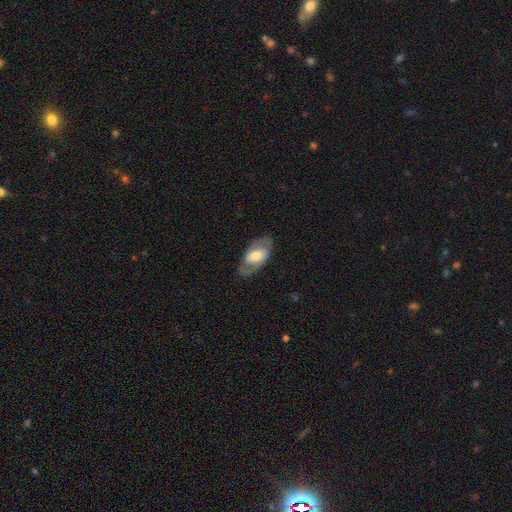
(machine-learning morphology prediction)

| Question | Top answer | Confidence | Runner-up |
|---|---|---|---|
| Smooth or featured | featured or disk | 58% | smooth (36%) |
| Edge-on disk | no | 90% | yes (10%) |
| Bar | no | 42% | weak (37%) |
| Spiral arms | yes | 60% | no (40%) |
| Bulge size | moderate | 59% | large (19%) |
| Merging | none | 79% | minor disturbance (14%) |